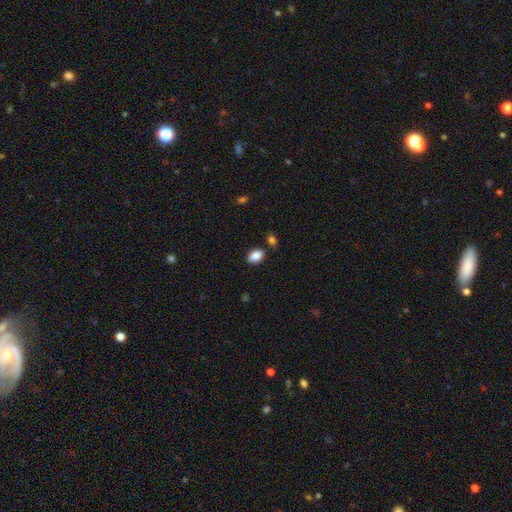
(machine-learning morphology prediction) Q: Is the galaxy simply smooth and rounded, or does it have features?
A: smooth — 89%.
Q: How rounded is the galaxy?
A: in between — 87%.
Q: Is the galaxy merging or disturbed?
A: none — 82%.